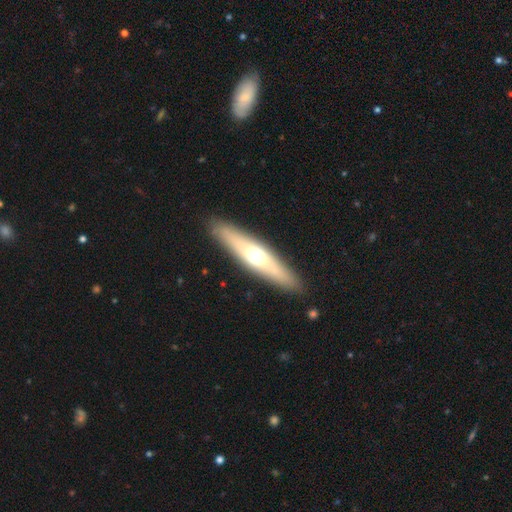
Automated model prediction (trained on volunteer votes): smooth-or-featured: smooth: 48% | featured or disk: 47% | star or artifact: 6%
  merging: none: 89% | minor disturbance: 8% | major disturbance: 2% | merger: 1%